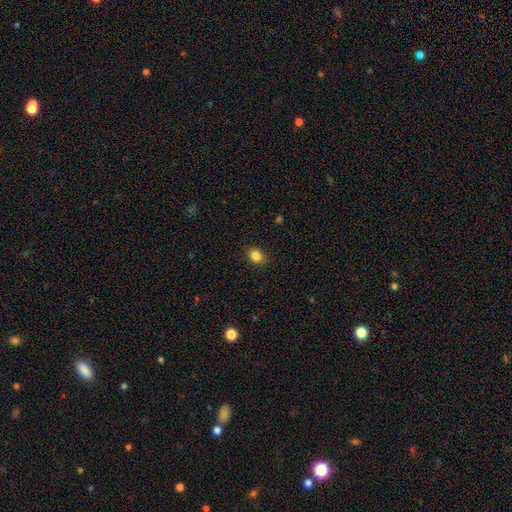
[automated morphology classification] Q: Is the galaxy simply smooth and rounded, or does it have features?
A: smooth — 84%.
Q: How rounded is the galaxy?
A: in between — 53%.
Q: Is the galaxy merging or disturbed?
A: none — 89%.